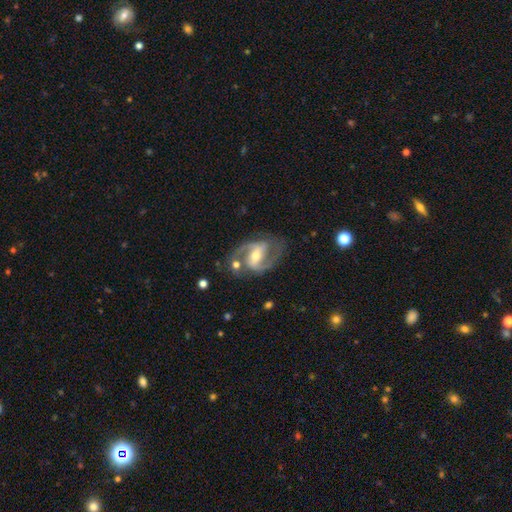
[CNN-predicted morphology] This appears to be a featured or disk galaxy (90%) with a strong bar (49%), 2 (92%) medium (61%) spiral arms (97%) and a moderate central bulge (58%). Merging: none (72%).